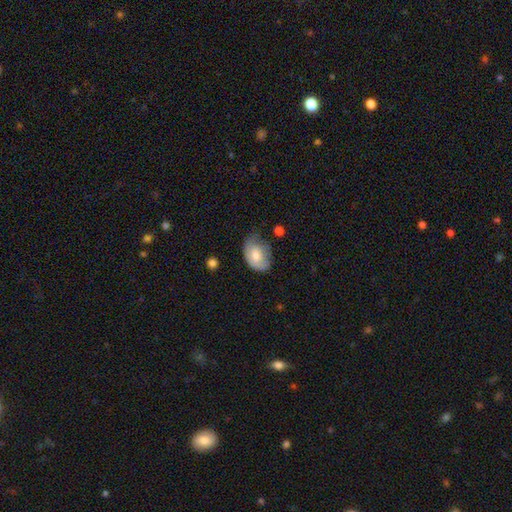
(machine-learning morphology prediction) This is likely a smooth galaxy (63%). How rounded: clearly in between (82%). Merging: marginally minor disturbance (40%, tied with none).